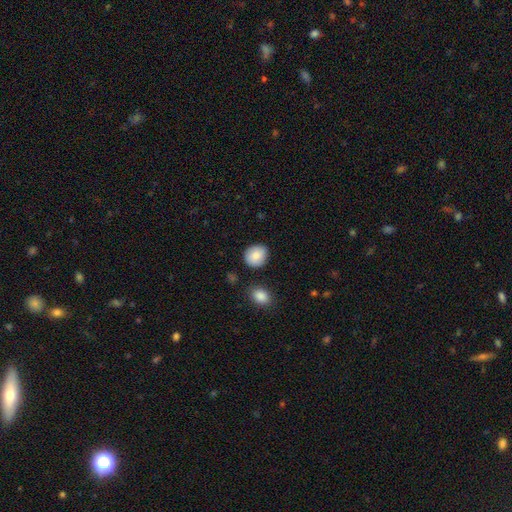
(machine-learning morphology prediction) This is clearly a smooth galaxy (86%). How rounded: likely round (79%). Merging: clearly none (85%).